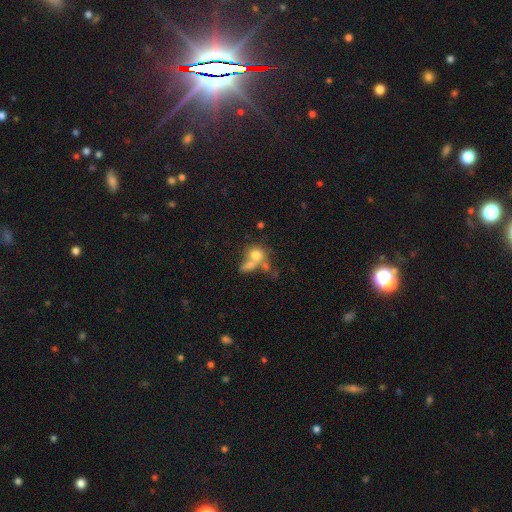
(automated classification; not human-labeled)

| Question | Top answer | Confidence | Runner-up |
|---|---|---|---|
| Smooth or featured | smooth | 70% | featured or disk (20%) |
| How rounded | round | 65% | in between (32%) |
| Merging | merger | 51% | none (28%) |